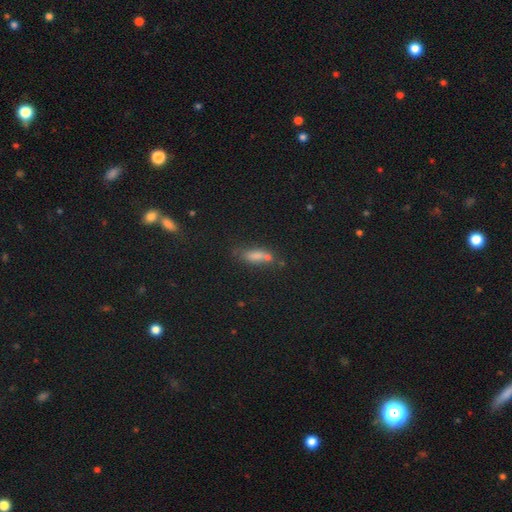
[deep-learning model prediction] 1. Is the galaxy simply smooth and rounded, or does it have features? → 67% smooth, 19% star or artifact, 14% featured or disk.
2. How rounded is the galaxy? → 57% in between, 37% cigar-shaped, 6% round.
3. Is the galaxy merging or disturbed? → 52% none, 20% merger, 20% minor disturbance, 9% major disturbance.